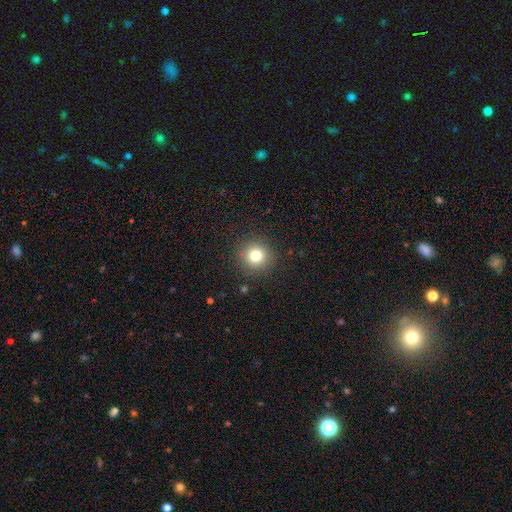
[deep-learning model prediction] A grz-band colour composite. It shows a smooth galaxy with no disk features (79%) that is round (94%). Merging: none (90%).